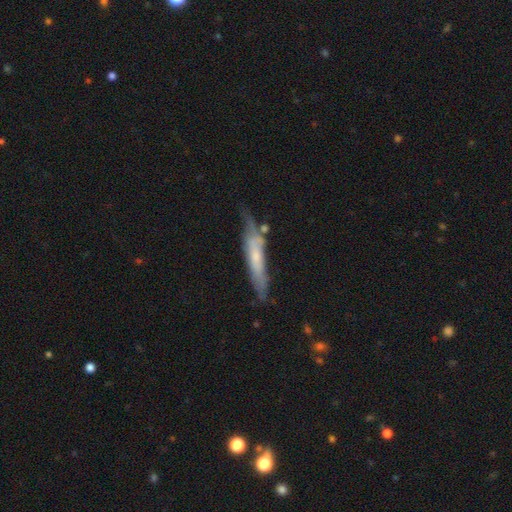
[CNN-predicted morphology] smooth-or-featured: featured or disk: 47% | smooth: 46% | star or artifact: 7%
  merging: none: 48% | minor disturbance: 31% | major disturbance: 13% | merger: 8%